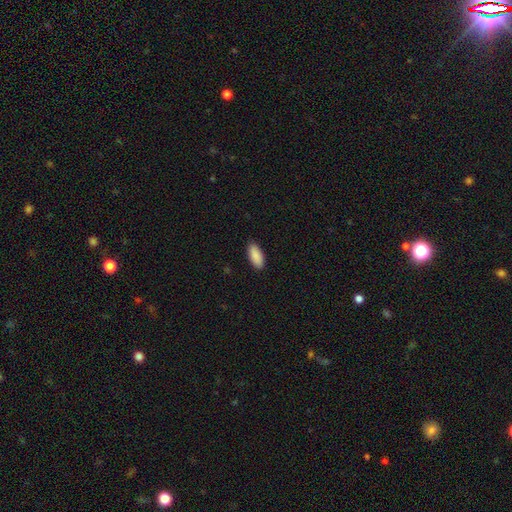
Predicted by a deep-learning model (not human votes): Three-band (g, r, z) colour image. It shows a smooth galaxy with no disk features (91%) that is in between round and cigar-shaped (87%). Merging: none (90%).